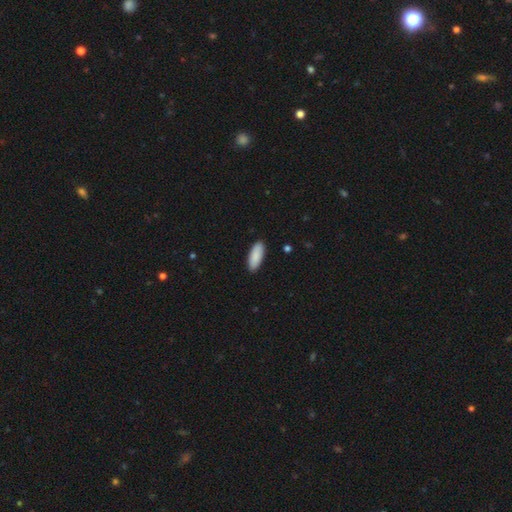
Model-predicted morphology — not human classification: Smooth or featured? smooth (90%)
How rounded? in between (78%)
Merging? none (90%)